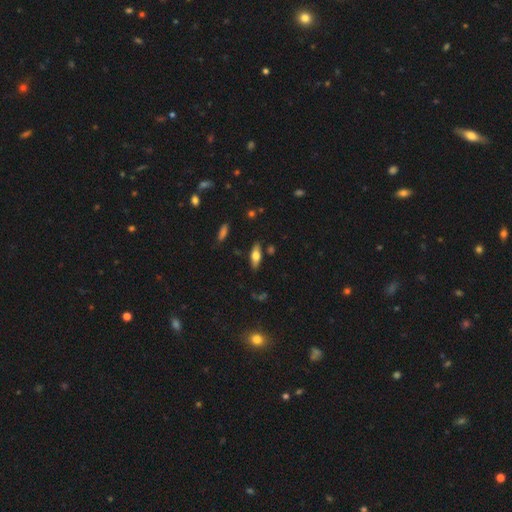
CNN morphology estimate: Overall: smooth (58%; featured or disk 34%). How rounded: in between (66%; cigar-shaped 31%). Merging: none (83%).